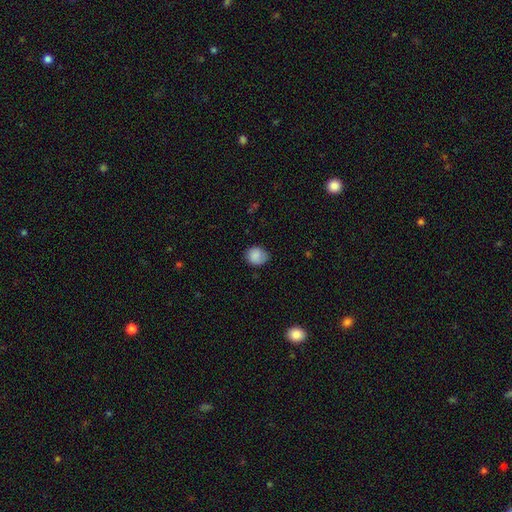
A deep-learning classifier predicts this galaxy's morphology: Smooth or featured? Predicted: smooth (p=0.85). How rounded? Predicted: round (p=0.72). Merging? Predicted: none (p=0.68).